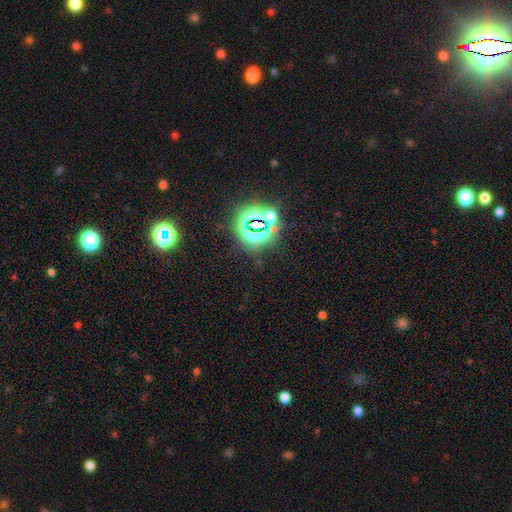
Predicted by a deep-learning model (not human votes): Smooth or featured? Predicted: star or artifact (p=0.79).